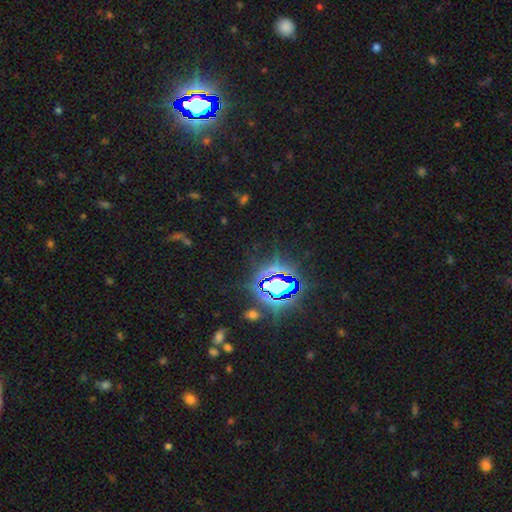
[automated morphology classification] This is clearly a star or artifact rather than a galaxy (81%).